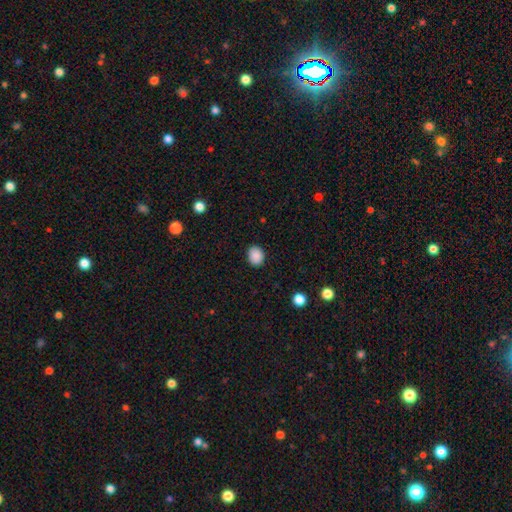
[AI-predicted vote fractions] A smooth galaxy with no disk features (89%) that is round (53%).

Vote fractions:
- Smooth or featured? smooth: 89% / star or artifact: 9% / featured or disk: 3%
- How rounded? round: 53% / in between: 47% / cigar-shaped: 1%
- Merging? none: 89% / minor disturbance: 8% / major disturbance: 2% / merger: 1%